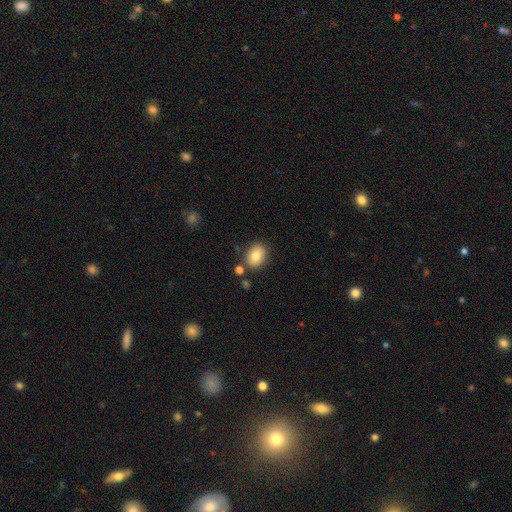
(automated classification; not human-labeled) smooth 82%, featured or disk 10%, star or artifact 8%. Down the decision tree: how rounded — in between (64%); merging — none (79%).